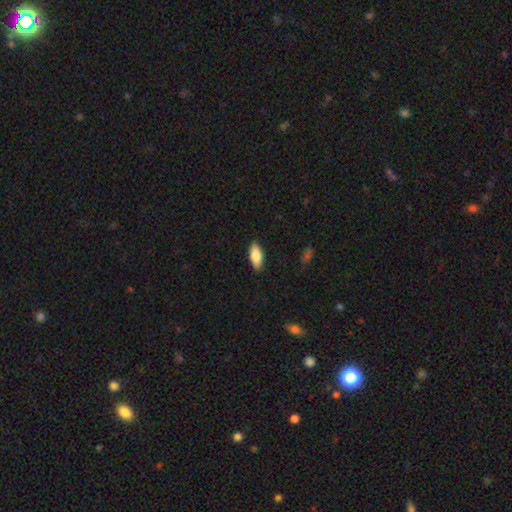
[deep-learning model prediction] Q: Smooth or featured?
A: smooth (79%); runner-up: featured or disk (15%)
Q: How rounded?
A: in between (81%); runner-up: cigar-shaped (17%)
Q: Merging?
A: none (88%); runner-up: minor disturbance (9%)